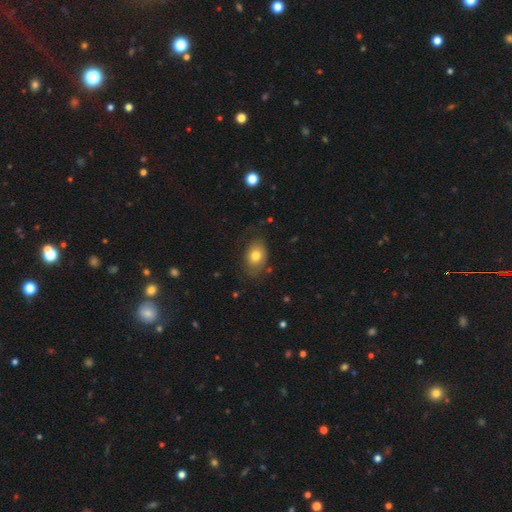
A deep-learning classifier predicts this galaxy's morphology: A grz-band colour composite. It shows a smooth galaxy with no disk features (76%) that is in between round and cigar-shaped (77%). Merging: none (73%).